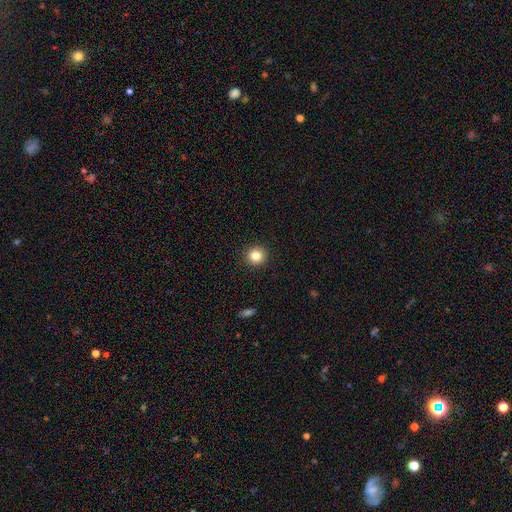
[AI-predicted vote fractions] A smooth galaxy with no disk features (83%) that is round (94%). Merging: none (93%).